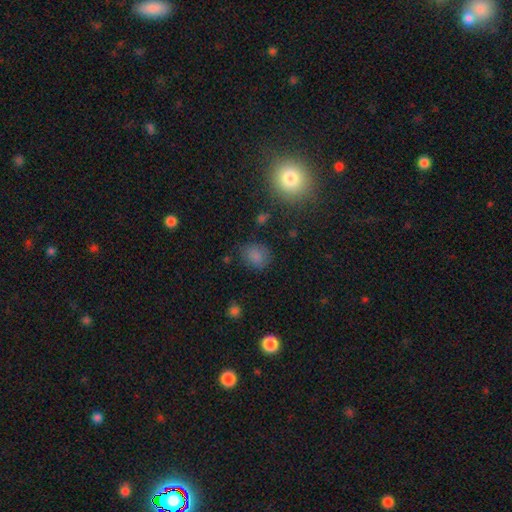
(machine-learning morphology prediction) Q: Smooth or featured?
A: smooth (79%); runner-up: star or artifact (15%)
Q: How rounded?
A: round (57%); runner-up: in between (41%)
Q: Merging?
A: none (76%); runner-up: minor disturbance (16%)